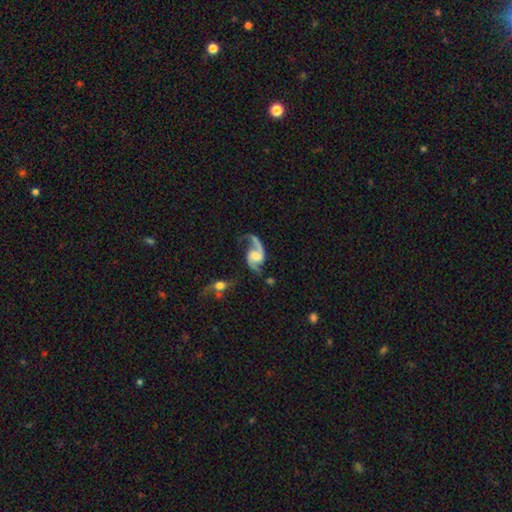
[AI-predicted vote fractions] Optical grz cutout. It shows a featured or disk galaxy (90%) with a weak bar (44%), 2 (89%) loose (62%) spiral arms (97%) and a moderate central bulge (32%). Merging: none (60%).